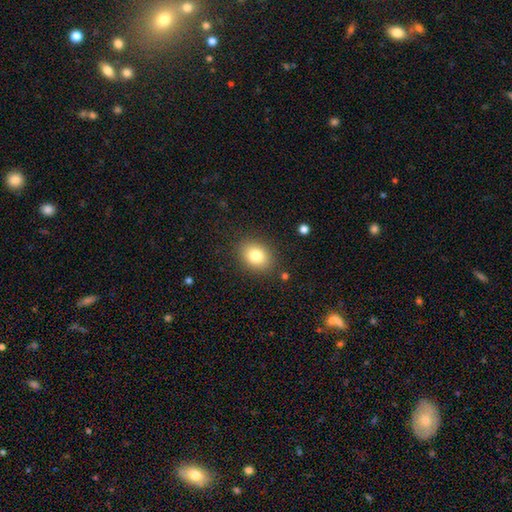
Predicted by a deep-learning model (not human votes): The model was most divided on "how rounded": in between: 52%, round: 47%, cigar-shaped: 1%. More confident: merging — none (86%); smooth or featured — smooth (80%).